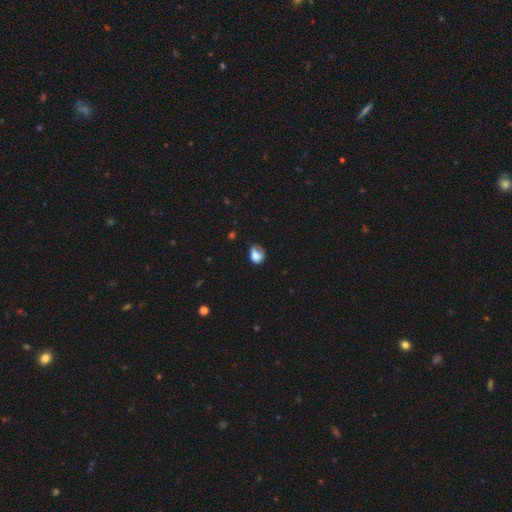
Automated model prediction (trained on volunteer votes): Q: Smooth or featured?
A: smooth (75%); runner-up: featured or disk (15%)
Q: How rounded?
A: in between (57%); runner-up: round (41%)
Q: Merging?
A: none (37%); runner-up: minor disturbance (36%)